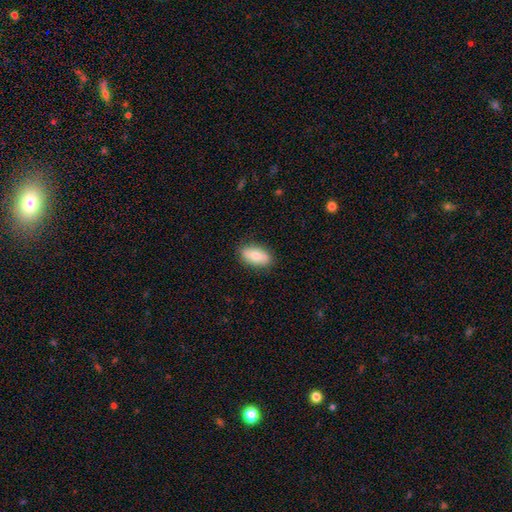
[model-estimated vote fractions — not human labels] Q: Smooth or featured?
A: smooth (76%); runner-up: featured or disk (17%)
Q: How rounded?
A: in between (90%); runner-up: cigar-shaped (6%)
Q: Merging?
A: none (85%); runner-up: minor disturbance (12%)